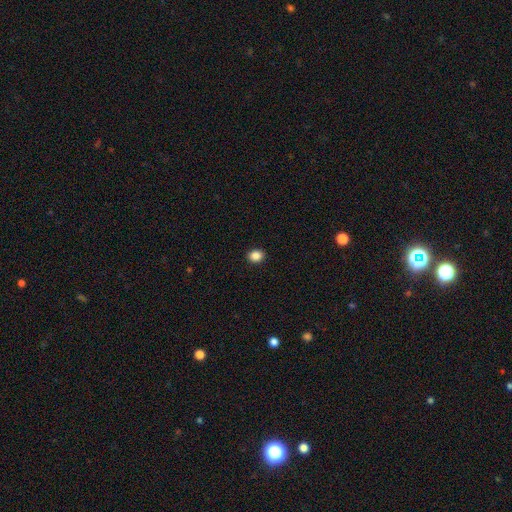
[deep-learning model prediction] A smooth galaxy with no disk features (86%) that is round (63%). Merging: none (92%).